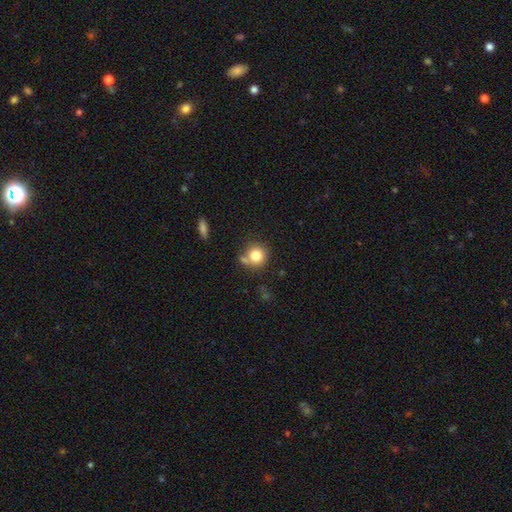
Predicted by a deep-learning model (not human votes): The model was most divided on "merging": none: 64%, merger: 19%, minor disturbance: 13%, major disturbance: 4%. More confident: how rounded — round (90%); smooth or featured — smooth (80%).